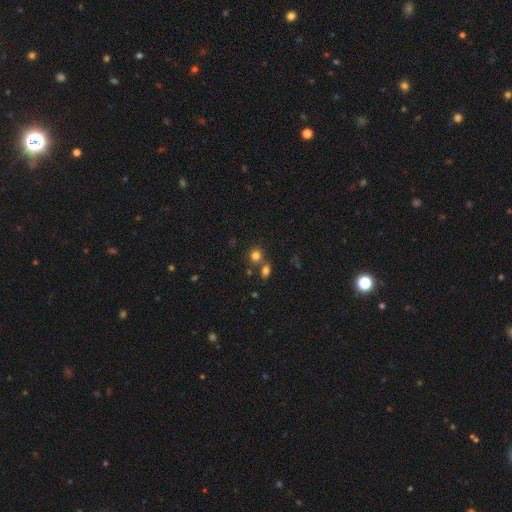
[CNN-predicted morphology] Smooth or featured? smooth (78%)
How rounded? round (84%)
Merging? none (60%)